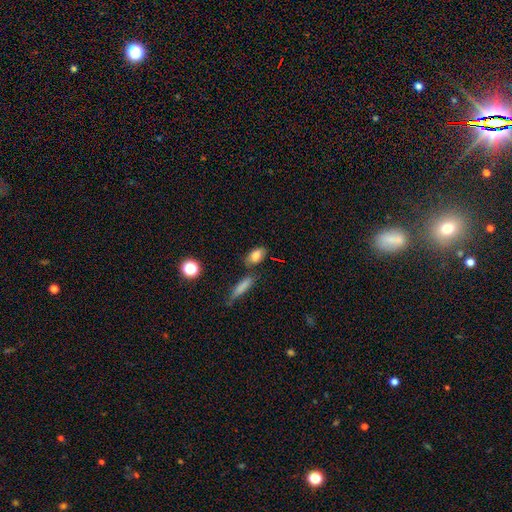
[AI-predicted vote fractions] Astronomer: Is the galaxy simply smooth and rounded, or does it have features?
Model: smooth — 80%.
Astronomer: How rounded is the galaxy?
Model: in between — 83%.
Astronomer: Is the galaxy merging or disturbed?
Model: none — 67%.